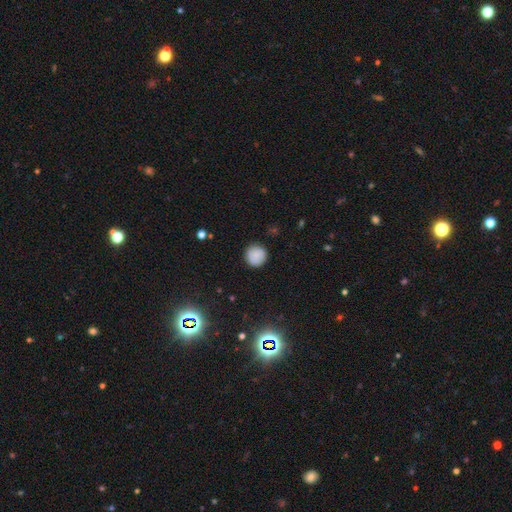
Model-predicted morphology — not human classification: Smooth or featured: smooth — 86% (star or artifact — 9%)
How rounded: round — 94% (in between — 5%)
Merging: none — 89% (minor disturbance — 8%)